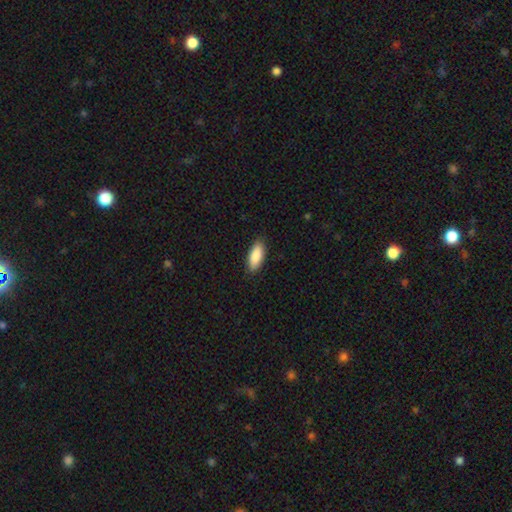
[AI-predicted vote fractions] A smooth galaxy with no disk features (89%) that is in between round and cigar-shaped (80%).

Vote fractions:
- Smooth or featured? smooth: 89% / featured or disk: 6% / star or artifact: 5%
- How rounded? in between: 80% / cigar-shaped: 18% / round: 2%
- Merging? none: 88% / minor disturbance: 9% / major disturbance: 2% / merger: 1%